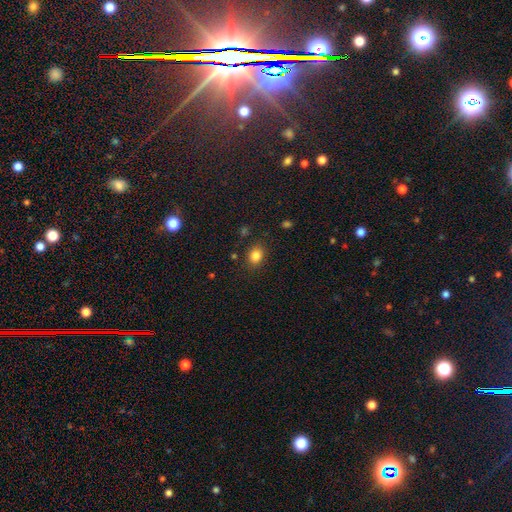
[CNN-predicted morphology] The model was most divided on "how rounded": in between: 53%, round: 46%, cigar-shaped: 1%. More confident: merging — none (85%); smooth or featured — smooth (84%).